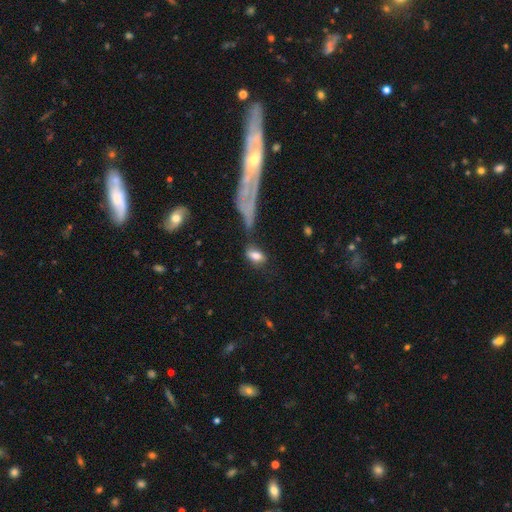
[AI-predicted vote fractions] This appears to be a smooth galaxy with no disk features (73%) that is in between round and cigar-shaped (83%). Merging: none (50%).